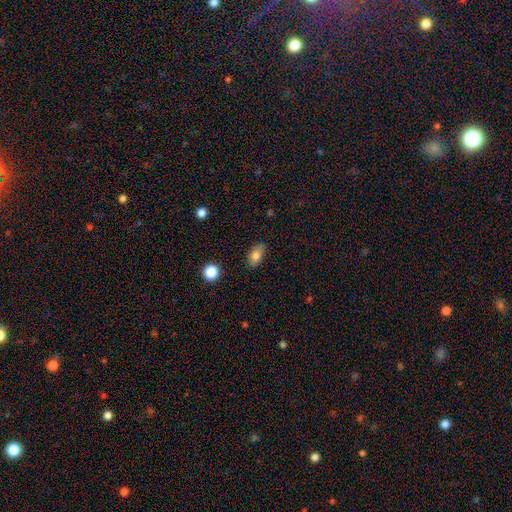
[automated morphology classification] Overall: smooth (79%). How rounded: in between (86%). Merging: none (84%).